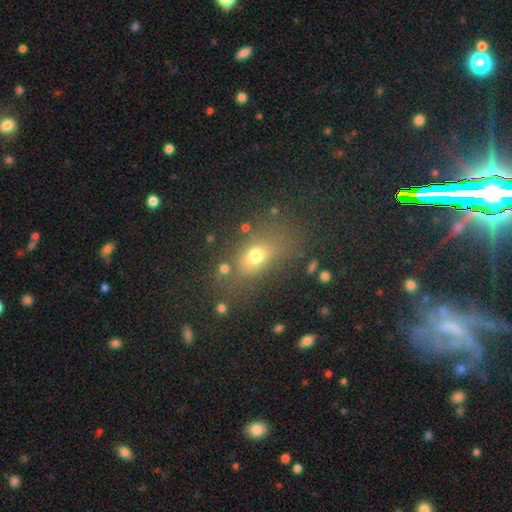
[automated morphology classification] type=smooth (69%); roundness=in between (65%); merging=none (65%).